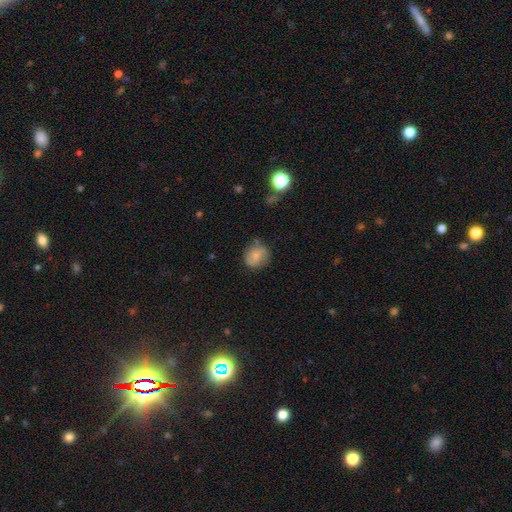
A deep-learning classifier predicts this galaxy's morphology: smooth-or-featured: smooth: 67% | featured or disk: 24% | star or artifact: 9%
  how-rounded: round: 80% | in between: 19% | cigar-shaped: 1%
  merging: none: 73% | minor disturbance: 19% | major disturbance: 5% | merger: 3%